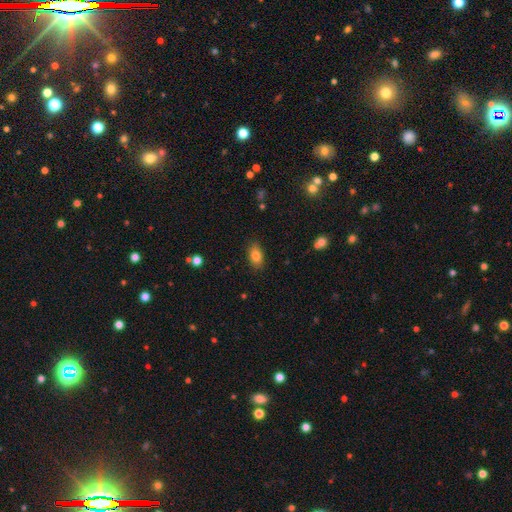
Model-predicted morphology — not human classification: Overall: smooth (82%). How rounded: in between (87%). Merging: none (86%).